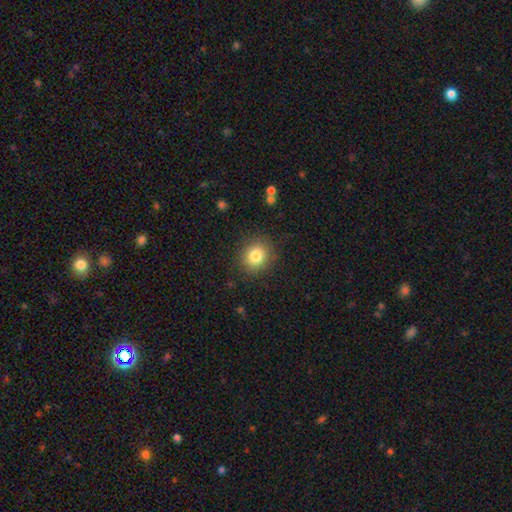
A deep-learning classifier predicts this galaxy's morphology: Smooth or featured?
  - smooth: 82% *
  - star or artifact: 11%
  - featured or disk: 8%
How rounded?
  - round: 81% *
  - in between: 18%
  - cigar-shaped: 1%
Merging?
  - none: 87% *
  - minor disturbance: 8%
  - major disturbance: 3%
  - merger: 1%